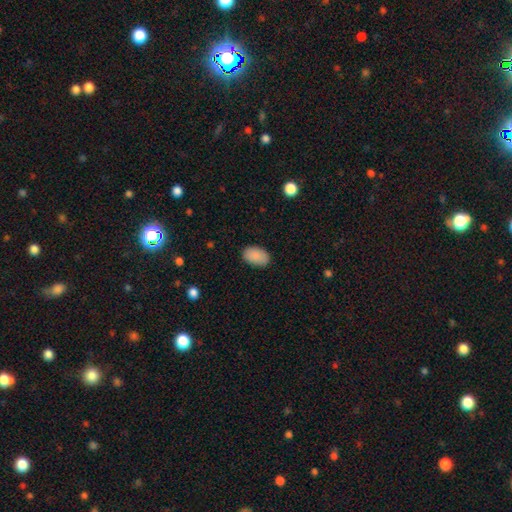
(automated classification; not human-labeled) Q: Smooth or featured?
A: smooth (89%); runner-up: star or artifact (7%)
Q: How rounded?
A: in between (91%); runner-up: round (7%)
Q: Merging?
A: none (86%); runner-up: minor disturbance (11%)